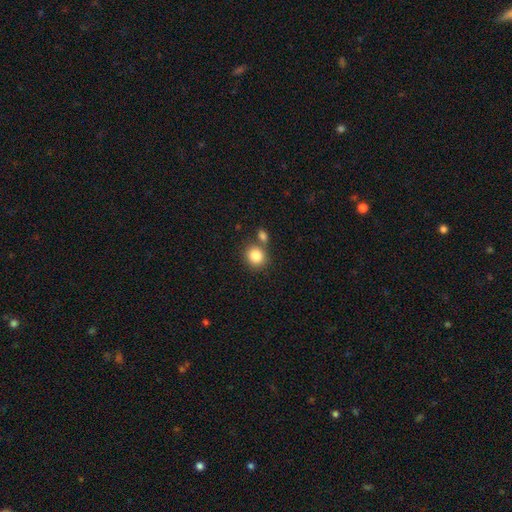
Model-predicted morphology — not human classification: smooth-or-featured: smooth: 85% | star or artifact: 9% | featured or disk: 6%
  how-rounded: round: 81% | in between: 18% | cigar-shaped: 1%
  merging: none: 66% | merger: 22% | minor disturbance: 9% | major disturbance: 3%